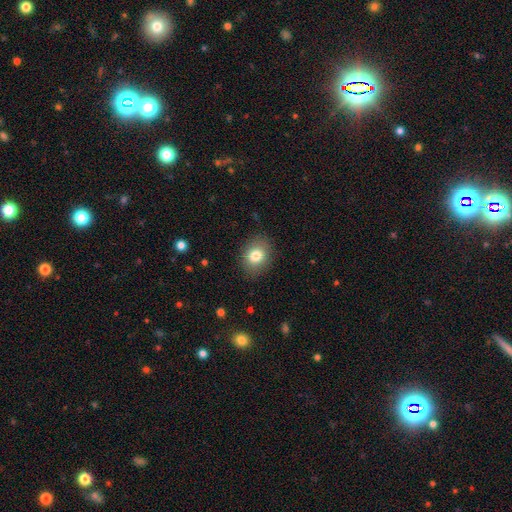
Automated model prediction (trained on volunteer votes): smooth 81%, star or artifact 10%, featured or disk 9%. Down the decision tree: how rounded — in between (53%); merging — none (86%).